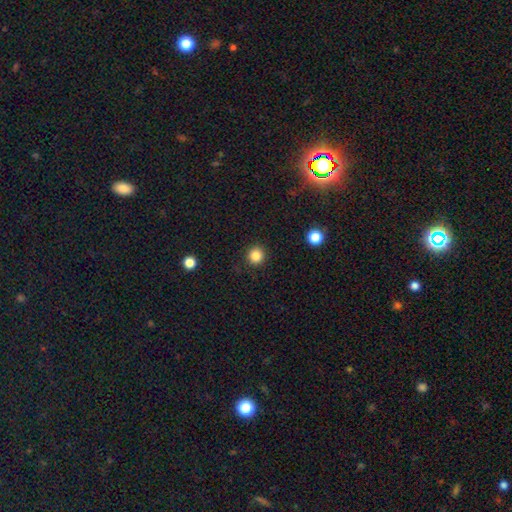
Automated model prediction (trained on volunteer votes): Morphology: type=smooth (84%); roundness=round (94%); merging=none (92%).